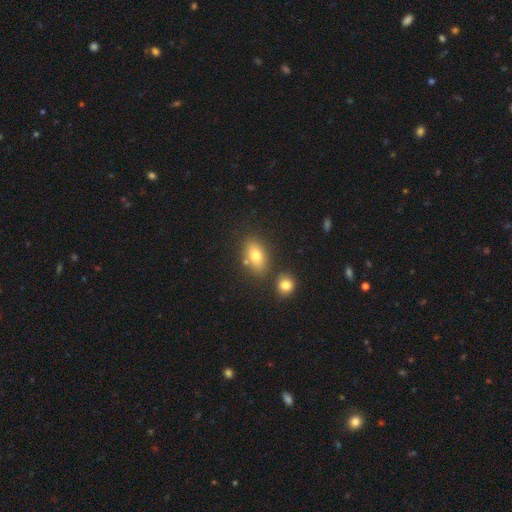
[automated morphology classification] A smooth galaxy with no disk features (76%) that is in between round and cigar-shaped (83%).

Vote fractions:
- Smooth or featured? smooth: 76% / featured or disk: 14% / star or artifact: 10%
- How rounded? in between: 83% / round: 14% / cigar-shaped: 3%
- Merging? none: 70% / merger: 14% / minor disturbance: 12% / major disturbance: 4%